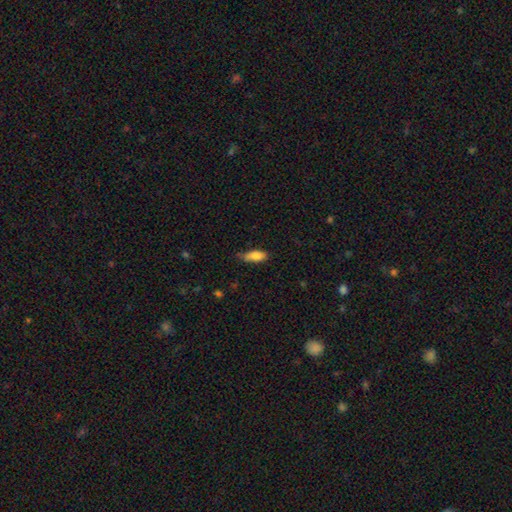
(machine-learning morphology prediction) Overall: smooth (83%). How rounded: in between (69%). Merging: none (59%; minor disturbance 33%).